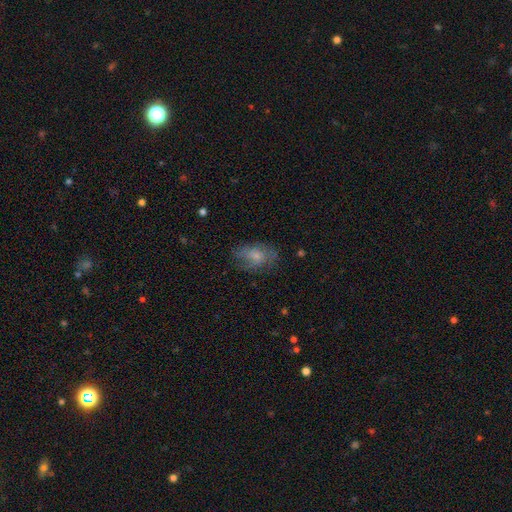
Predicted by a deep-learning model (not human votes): Smooth or featured?
  - smooth: 55% *
  - featured or disk: 35%
  - star or artifact: 10%
How rounded?
  - in between: 81% *
  - round: 17%
  - cigar-shaped: 2%
Merging?
  - none: 55% *
  - minor disturbance: 25%
  - major disturbance: 18%
  - merger: 2%